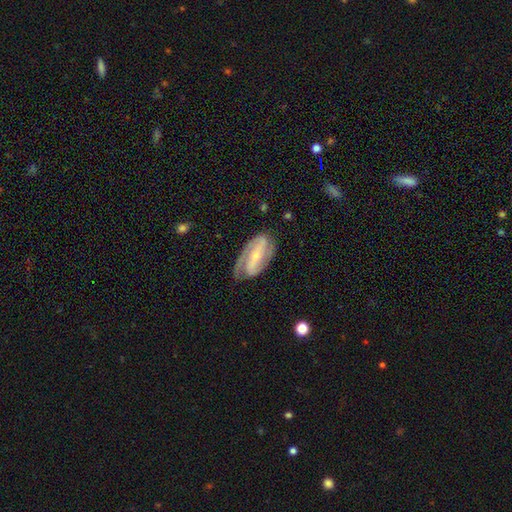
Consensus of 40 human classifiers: Smooth or featured? featured or disk (92%)
Edge-on disk? no (100%)
Bar? strong (73%)
Spiral arms? yes (95%)
Spiral winding? medium (43%)
Spiral arm count? 2 (100%)
Bulge size? small (70%)
Merging? none (82%)